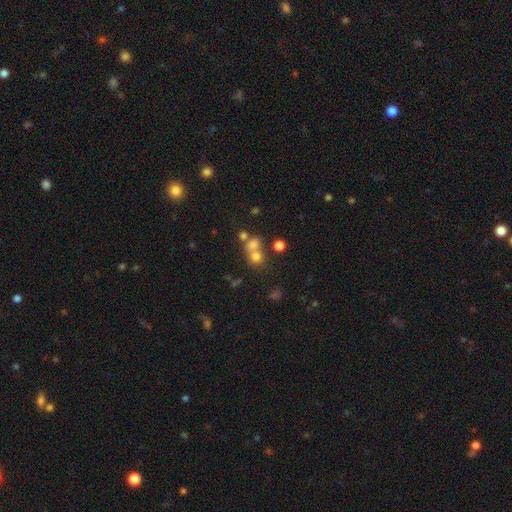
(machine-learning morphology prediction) Smooth or featured: smooth — 68% (star or artifact — 18%)
How rounded: round — 81% (in between — 18%)
Merging: merger — 47% (none — 43%)